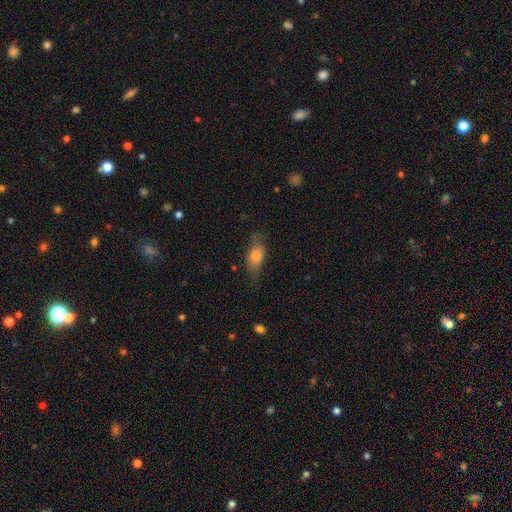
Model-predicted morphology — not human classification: A smooth galaxy with no disk features (69%) that is in between round and cigar-shaped (74%).

Vote fractions:
- Smooth or featured? smooth: 69% / featured or disk: 23% / star or artifact: 8%
- How rounded? in between: 74% / cigar-shaped: 21% / round: 5%
- Merging? none: 70% / minor disturbance: 22% / major disturbance: 7% / merger: 1%